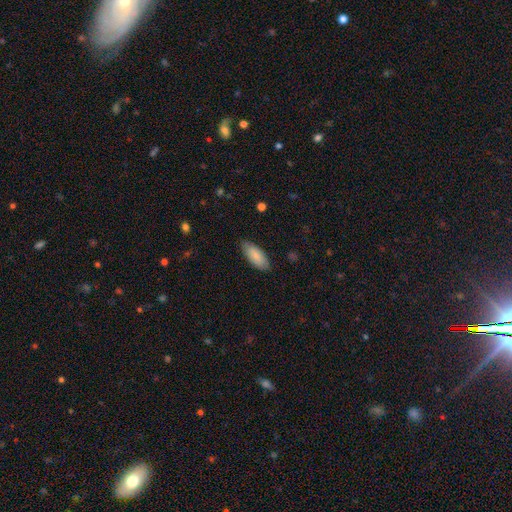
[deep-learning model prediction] Morphology: type=smooth (85%); roundness=in between (83%); merging=none (81%).